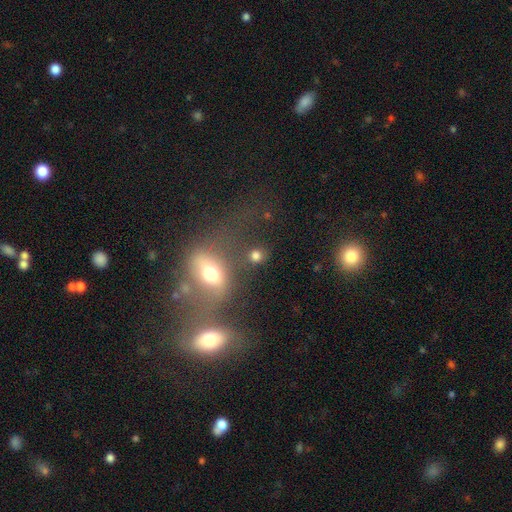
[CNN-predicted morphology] smooth_or_featured: smooth (p=0.75) [alt: star or artifact p=0.15]
how_rounded: round (p=0.77) [alt: in between p=0.21]
merging: none (p=0.68) [alt: merger p=0.14]